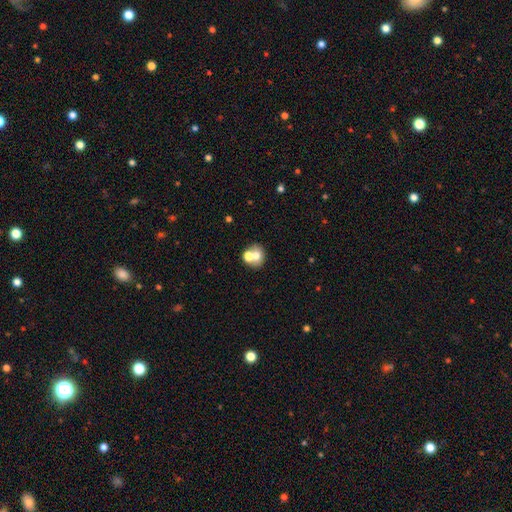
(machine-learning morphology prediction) Overall: smooth (65%). How rounded: round (72%). Merging: none (45%; merger 44%).